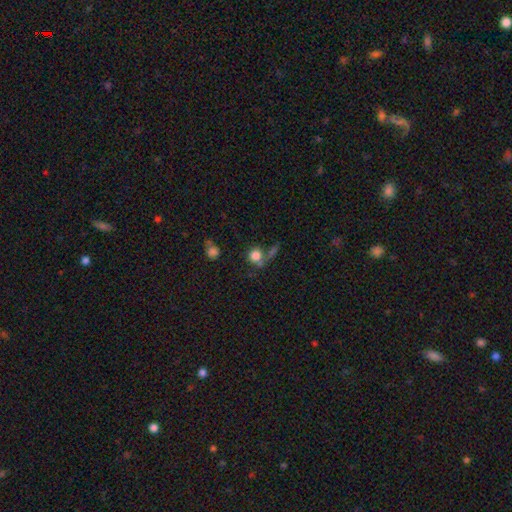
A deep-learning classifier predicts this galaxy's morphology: Smooth or featured? Predicted: smooth (p=0.79). How rounded? Predicted: round (p=0.86). Merging? Predicted: none (p=0.51).